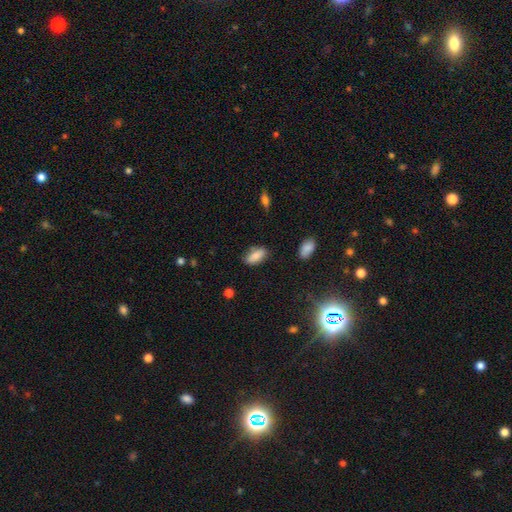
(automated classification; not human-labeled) Q: Smooth or featured?
A: smooth (81%); runner-up: featured or disk (11%)
Q: How rounded?
A: in between (86%); runner-up: cigar-shaped (11%)
Q: Merging?
A: none (79%); runner-up: minor disturbance (16%)